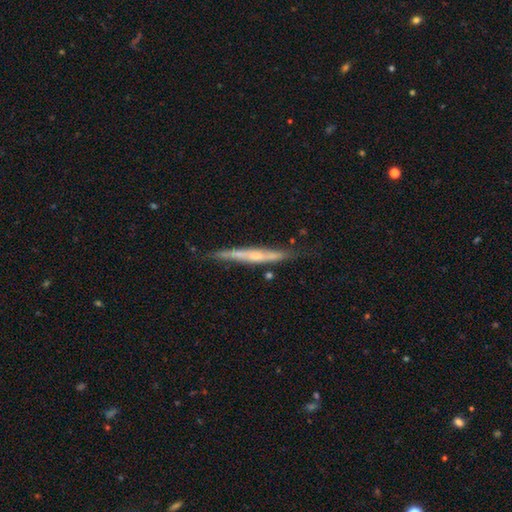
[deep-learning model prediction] smooth-or-featured: featured or disk: 64% | smooth: 30% | star or artifact: 6%
  disk-edge-on: yes: 94% | no: 6%
    edge-on-bulge: none: 46% | rounded: 45% | boxy: 9%
  merging: none: 74% | minor disturbance: 20% | major disturbance: 4% | merger: 3%